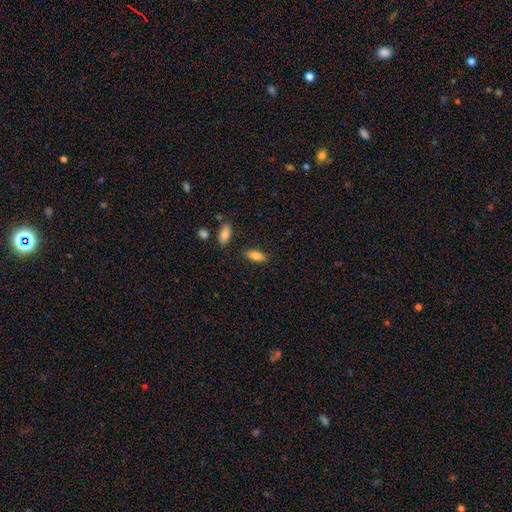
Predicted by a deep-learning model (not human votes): Overall: smooth (85%). How rounded: in between (81%). Merging: none (83%).